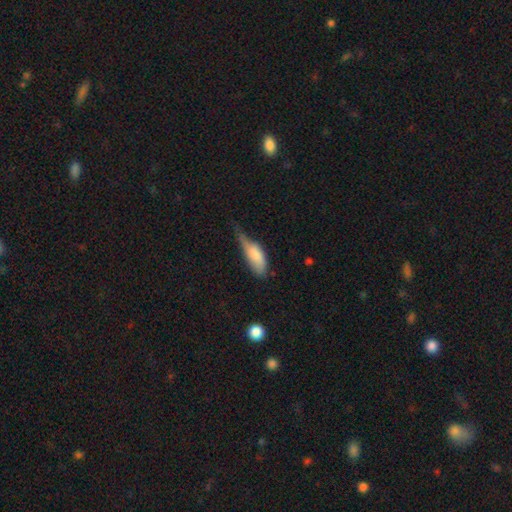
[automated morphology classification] This is likely a smooth galaxy (74%). How rounded: likely in between (78%). Merging: possibly minor disturbance (45%).